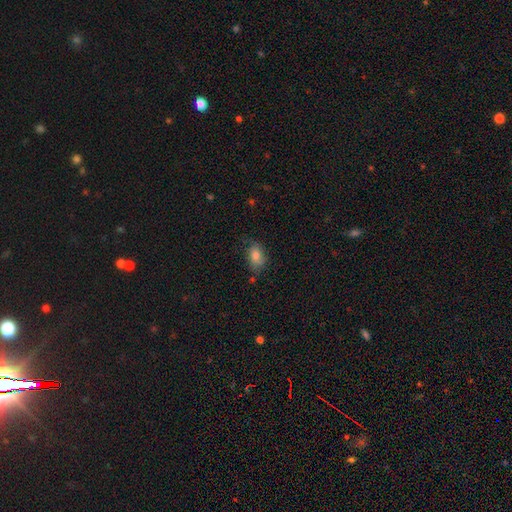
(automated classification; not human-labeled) This appears to be a smooth galaxy with no disk features (76%) that is in between round and cigar-shaped (87%). Merging: none (64%).